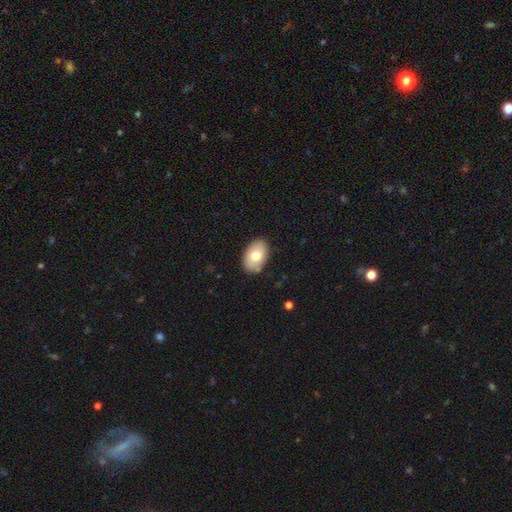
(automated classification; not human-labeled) smooth-or-featured: smooth: 73% | featured or disk: 21% | star or artifact: 7%
  how-rounded: in between: 89% | round: 10% | cigar-shaped: 1%
  merging: none: 86% | minor disturbance: 10% | major disturbance: 2% | merger: 2%